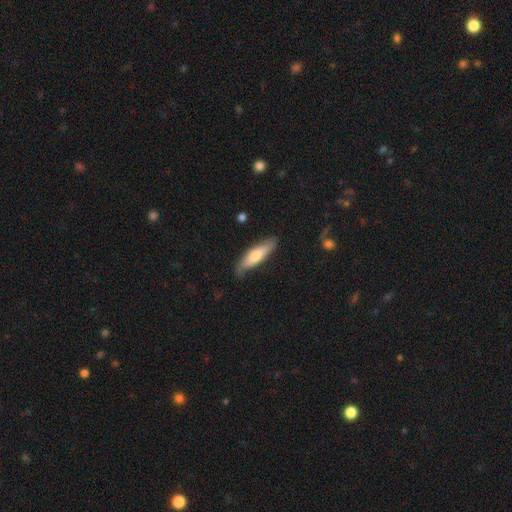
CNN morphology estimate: smooth-or-featured: smooth: 65% | featured or disk: 29% | star or artifact: 5%
  how-rounded: cigar-shaped: 64% | in between: 34% | round: 2%
  merging: none: 73% | minor disturbance: 21% | major disturbance: 4% | merger: 1%